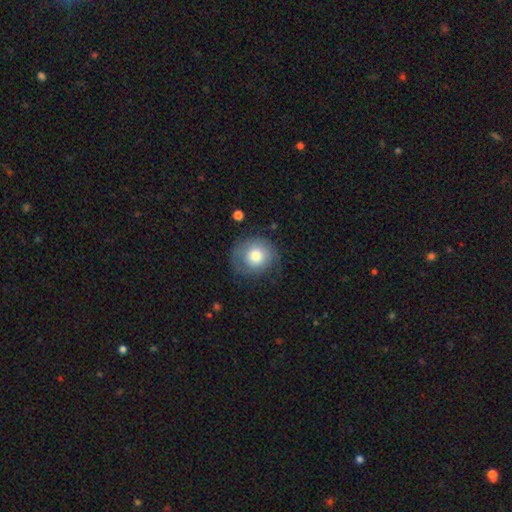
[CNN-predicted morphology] smooth_or_featured: smooth (p=0.62) [alt: featured or disk p=0.31]
how_rounded: round (p=0.89) [alt: in between p=0.10]
merging: none (p=0.67) [alt: minor disturbance p=0.20]